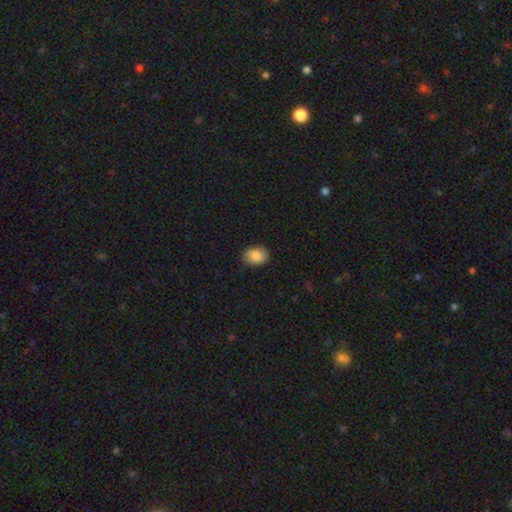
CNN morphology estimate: Smooth or featured? Predicted: smooth (p=0.86). How rounded? Predicted: in between (p=0.72). Merging? Predicted: none (p=0.85).